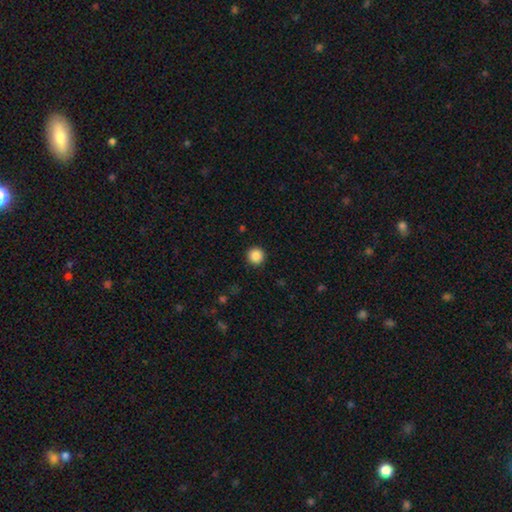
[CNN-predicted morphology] Q: Smooth or featured?
A: smooth (87%); runner-up: star or artifact (10%)
Q: How rounded?
A: round (96%); runner-up: in between (3%)
Q: Merging?
A: none (92%); runner-up: minor disturbance (5%)